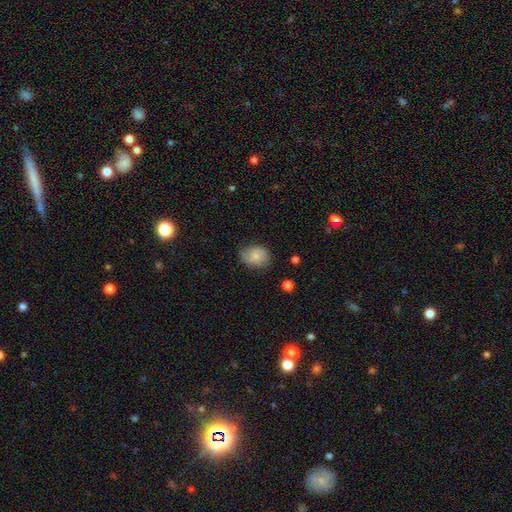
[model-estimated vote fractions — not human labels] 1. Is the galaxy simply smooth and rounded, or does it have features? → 76% smooth, 16% featured or disk, 8% star or artifact.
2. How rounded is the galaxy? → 58% in between, 41% round, 1% cigar-shaped.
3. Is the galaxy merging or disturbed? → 66% none, 26% minor disturbance, 6% major disturbance, 1% merger.